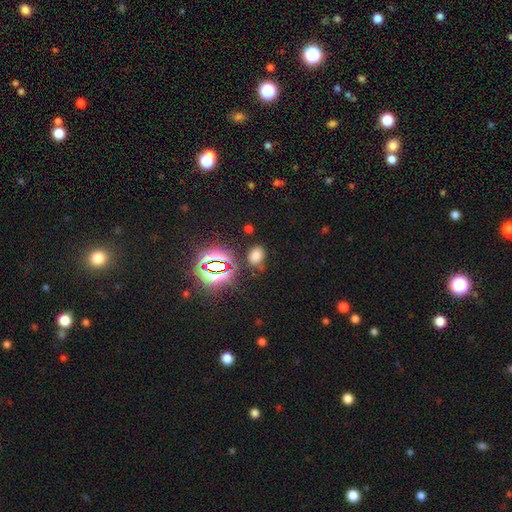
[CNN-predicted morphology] Smooth or featured? smooth (64%)
How rounded? in between (75%)
Merging? none (78%)